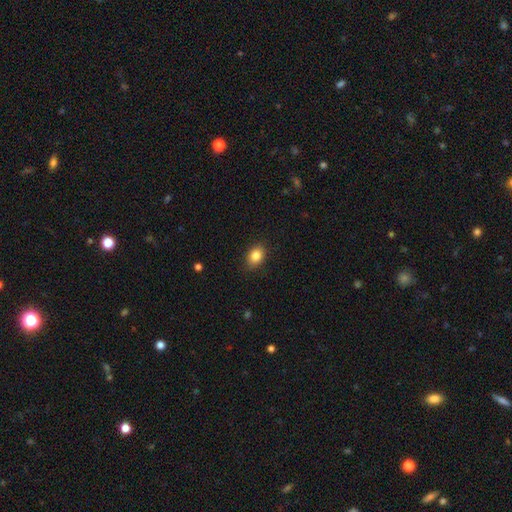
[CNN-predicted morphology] Overall: smooth (85%). How rounded: in between (71%). Merging: none (87%).